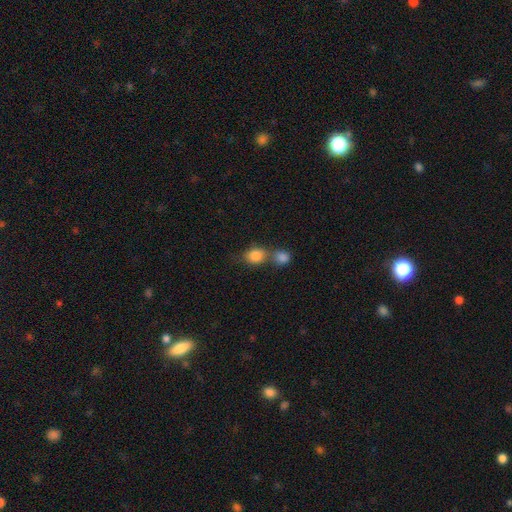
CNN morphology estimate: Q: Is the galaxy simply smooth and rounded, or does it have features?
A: smooth — 83%.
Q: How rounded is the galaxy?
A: round — 63%.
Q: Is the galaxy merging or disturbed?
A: merger — 50%.